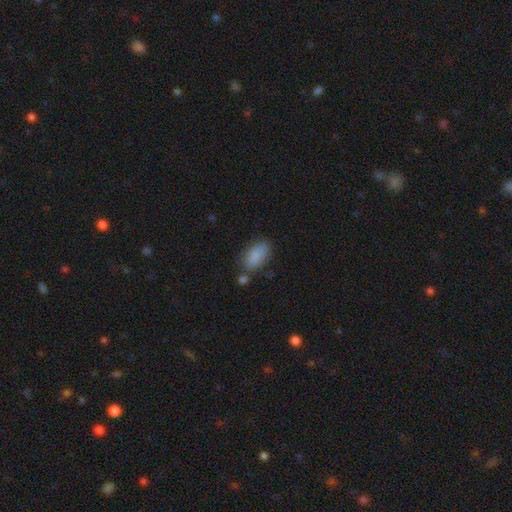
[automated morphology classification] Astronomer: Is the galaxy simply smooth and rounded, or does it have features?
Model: smooth — 86%.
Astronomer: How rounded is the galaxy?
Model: in between — 91%.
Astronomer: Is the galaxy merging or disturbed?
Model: none — 65%.